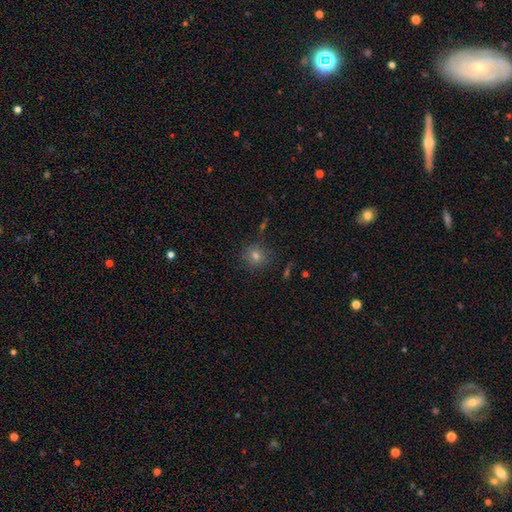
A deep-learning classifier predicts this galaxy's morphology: Smooth or featured? Predicted: smooth (p=0.72). How rounded? Predicted: round (p=0.90). Merging? Predicted: none (p=0.86).